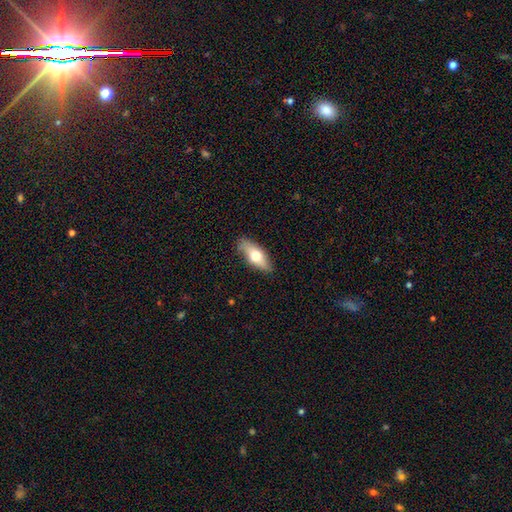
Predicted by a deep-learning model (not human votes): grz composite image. It shows a smooth galaxy with no disk features (63%) that is in between round and cigar-shaped (73%). Merging: none (84%).